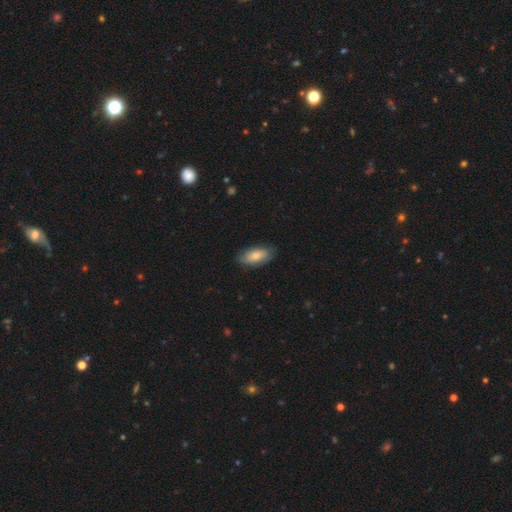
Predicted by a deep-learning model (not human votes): smooth-or-featured: smooth: 79% | featured or disk: 15% | star or artifact: 6%
  how-rounded: in between: 90% | cigar-shaped: 7% | round: 3%
  merging: none: 84% | minor disturbance: 13% | major disturbance: 2% | merger: 1%